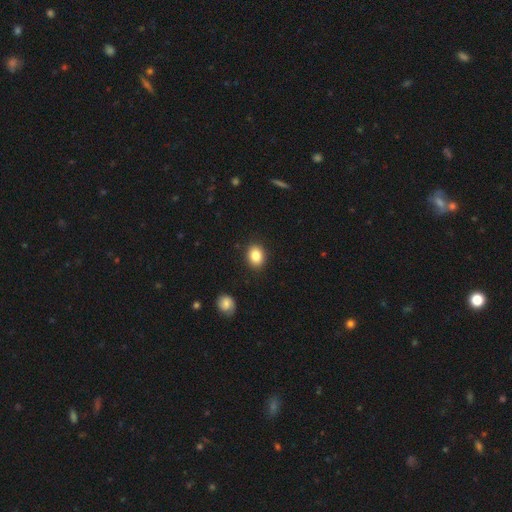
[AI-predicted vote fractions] The model was most divided on "how rounded": in between: 54%, round: 45%, cigar-shaped: 1%. More confident: merging — none (89%); smooth or featured — smooth (85%).